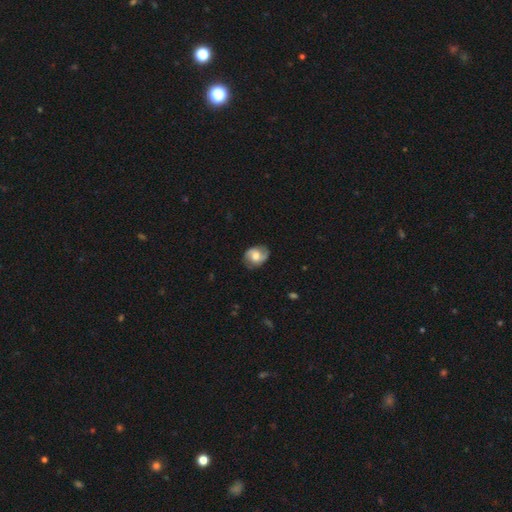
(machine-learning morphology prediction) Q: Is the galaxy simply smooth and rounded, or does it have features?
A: featured or disk — 58%.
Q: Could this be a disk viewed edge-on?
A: no — 97%.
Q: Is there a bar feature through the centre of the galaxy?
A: no — 59%.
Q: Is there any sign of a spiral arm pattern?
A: yes — 88%.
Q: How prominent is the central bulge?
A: moderate — 58%.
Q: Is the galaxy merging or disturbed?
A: none — 77%.